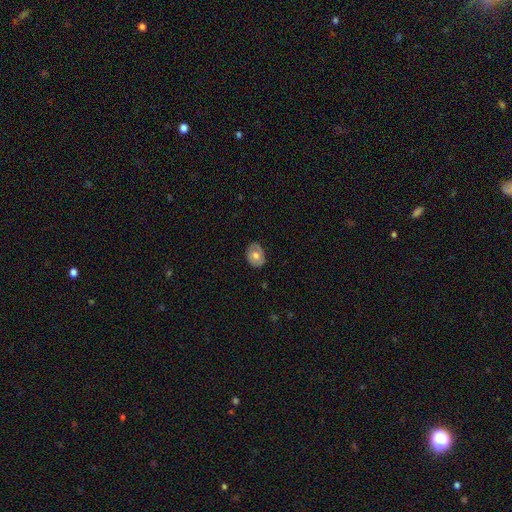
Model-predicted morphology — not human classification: type=smooth (57%); roundness=in between (61%); merging=none (80%).